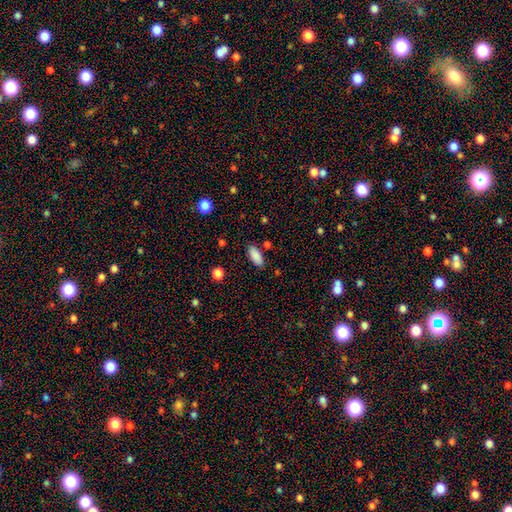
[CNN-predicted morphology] Q: Smooth or featured?
A: smooth (88%); runner-up: star or artifact (8%)
Q: How rounded?
A: in between (85%); runner-up: cigar-shaped (13%)
Q: Merging?
A: none (83%); runner-up: minor disturbance (11%)